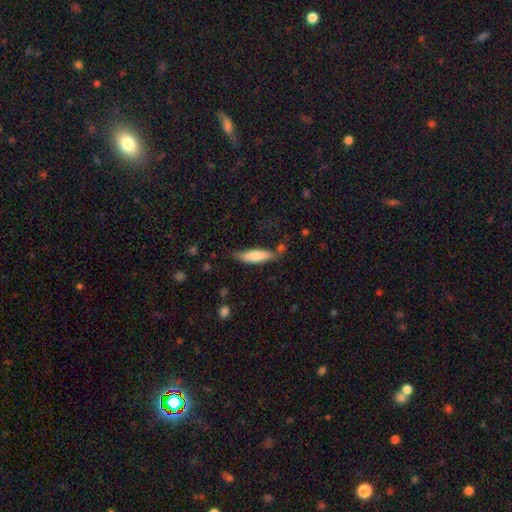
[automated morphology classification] Q: Smooth or featured?
A: smooth (70%); runner-up: featured or disk (24%)
Q: How rounded?
A: cigar-shaped (64%); runner-up: in between (34%)
Q: Merging?
A: none (64%); runner-up: minor disturbance (24%)